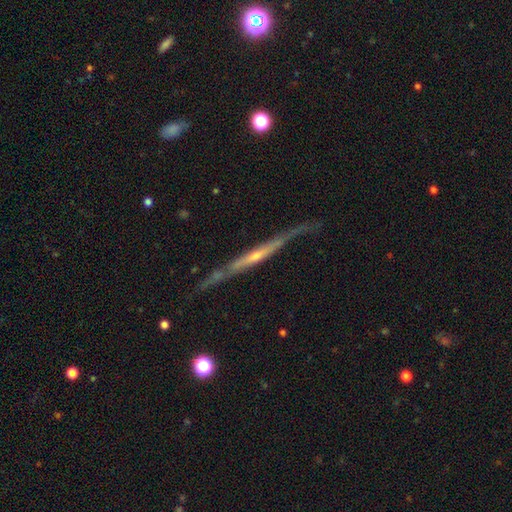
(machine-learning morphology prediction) Smooth or featured?
  - featured or disk: 79% *
  - smooth: 16%
  - star or artifact: 6%
Edge-on disk?
  - yes: 94% *
  - no: 6%
Edge-on bulge?
  - none: 46% * (tied)
  - rounded: 46% * (tied)
  - boxy: 8%
Merging?
  - none: 70% *
  - minor disturbance: 21%
  - major disturbance: 6%
  - merger: 3%